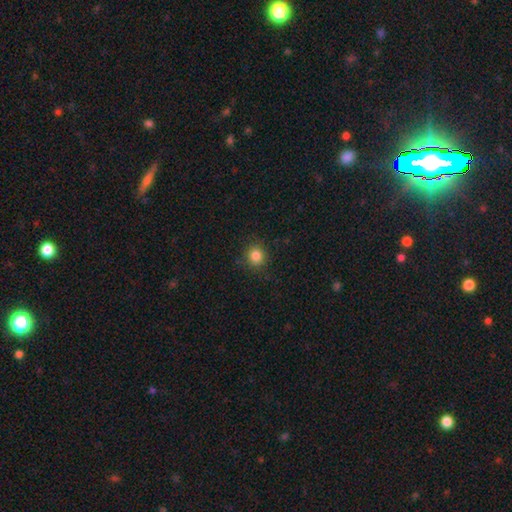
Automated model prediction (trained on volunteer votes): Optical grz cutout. It shows a smooth galaxy with no disk features (84%) that is round (89%). Merging: none (89%).